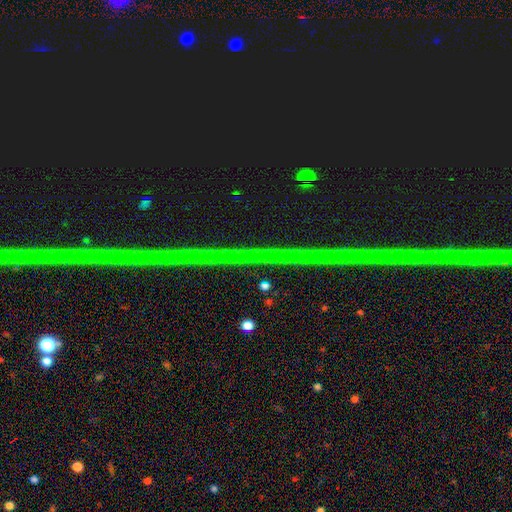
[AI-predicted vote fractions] This appears to be a star or artifact, not a galaxy (88%).